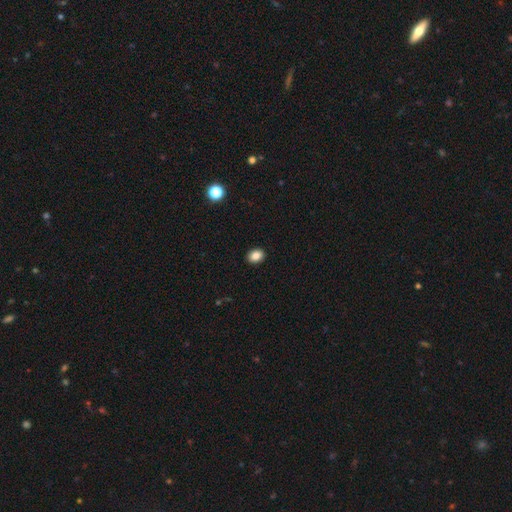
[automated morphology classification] A smooth galaxy with no disk features (85%) that is in between round and cigar-shaped (59%).

Vote fractions:
- Smooth or featured? smooth: 85% / star or artifact: 10% / featured or disk: 5%
- How rounded? in between: 59% / round: 40% / cigar-shaped: 1%
- Merging? none: 91% / minor disturbance: 6% / major disturbance: 2% / merger: 1%